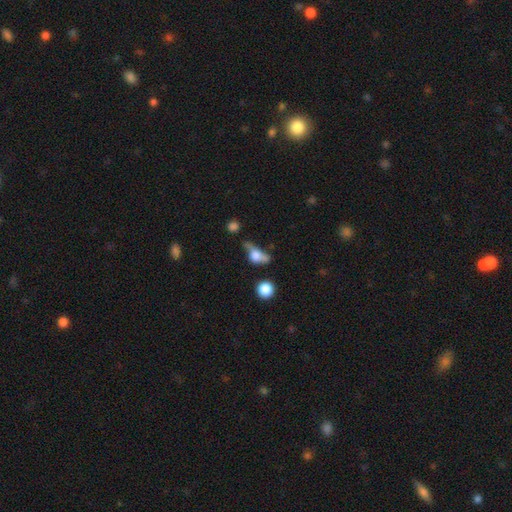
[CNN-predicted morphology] Q: Smooth or featured?
A: smooth (56%); runner-up: featured or disk (32%)
Q: How rounded?
A: in between (54%); runner-up: round (31%)
Q: Merging?
A: none (31%); runner-up: major disturbance (29%)